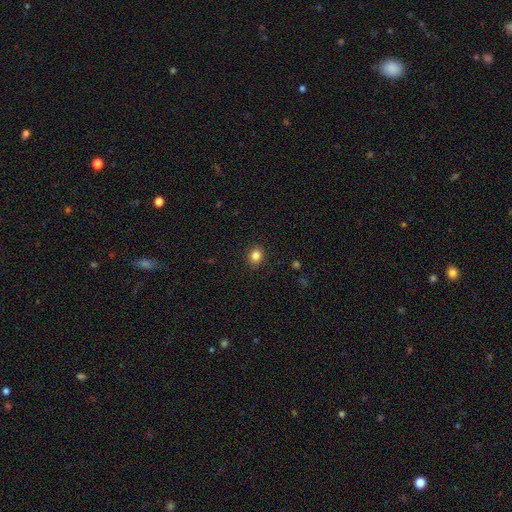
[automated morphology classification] Q: Smooth or featured?
A: smooth (85%); runner-up: star or artifact (11%)
Q: How rounded?
A: round (68%); runner-up: in between (31%)
Q: Merging?
A: none (90%); runner-up: minor disturbance (7%)